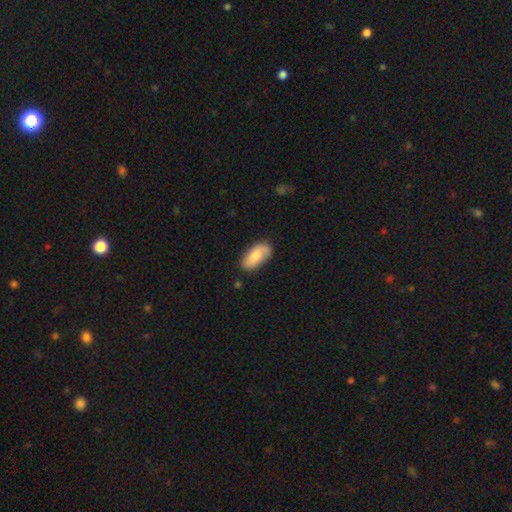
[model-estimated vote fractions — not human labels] smooth-or-featured: smooth: 77% | featured or disk: 17% | star or artifact: 6%
  how-rounded: in between: 93% | cigar-shaped: 5% | round: 2%
  merging: none: 78% | minor disturbance: 17% | major disturbance: 3% | merger: 2%